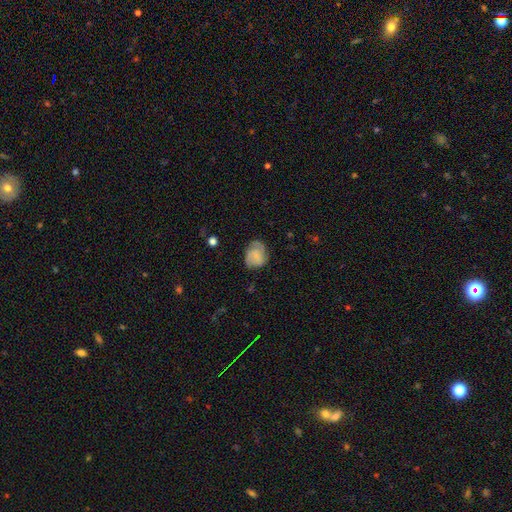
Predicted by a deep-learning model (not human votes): The model was most divided on "smooth or featured": smooth: 51%, featured or disk: 41%, star or artifact: 8%. More confident: merging — none (59%); how rounded — round (57%).